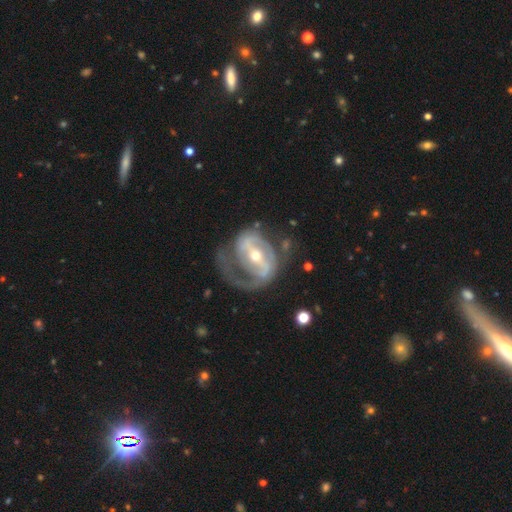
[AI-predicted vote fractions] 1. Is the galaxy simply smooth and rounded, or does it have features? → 87% featured or disk, 8% smooth, 5% star or artifact.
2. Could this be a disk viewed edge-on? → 96% no, 4% yes.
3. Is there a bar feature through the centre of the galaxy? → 58% strong, 29% weak, 13% no.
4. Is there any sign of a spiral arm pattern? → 87% yes, 13% no.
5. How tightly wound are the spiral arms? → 43% medium, 35% tight, 22% loose.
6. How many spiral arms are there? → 58% 2, 24% 1, 12% can't tell, 3% 3, 1% 4, 1% more than 4.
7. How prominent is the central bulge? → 48% moderate (tied), 48% small (tied), 2% large, 1% none, 1% dominant.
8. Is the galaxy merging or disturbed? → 42% none, 34% major disturbance, 21% minor disturbance, 3% merger.